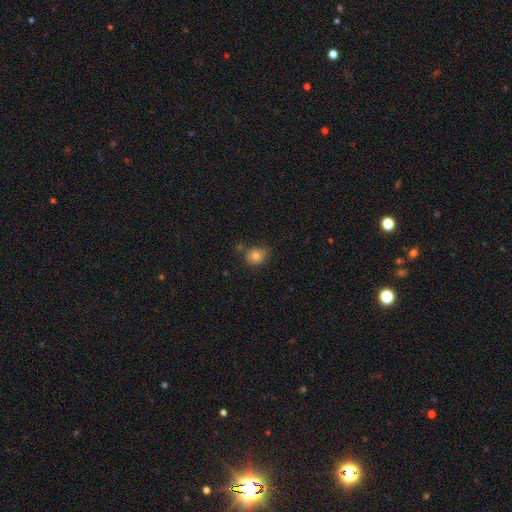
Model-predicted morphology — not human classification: type=smooth (80%); roundness=round (72%); merging=none (69%).